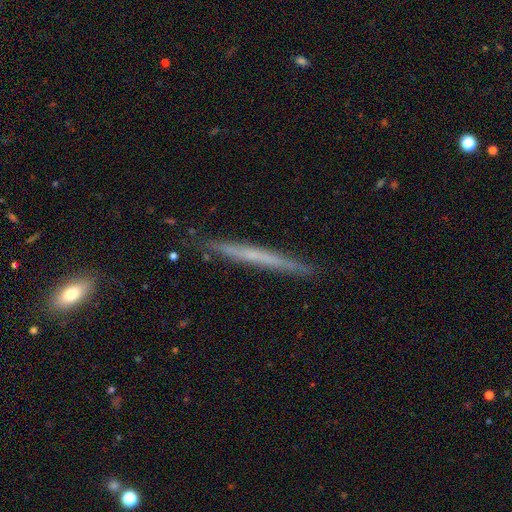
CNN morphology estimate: A featured or disk galaxy (52%) viewed edge-on (96%). Merging: none (87%).